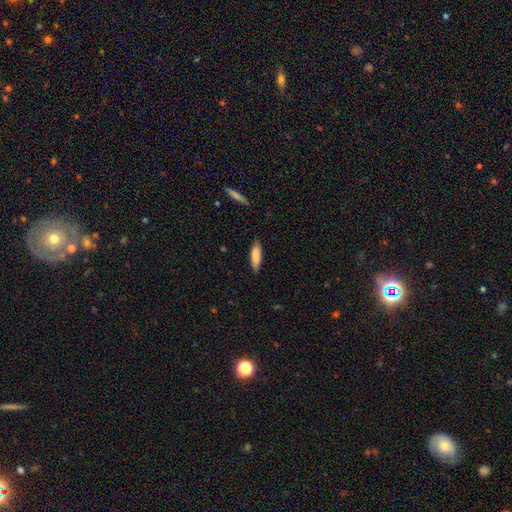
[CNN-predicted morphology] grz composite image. It shows a smooth galaxy with no disk features (85%) that is cigar-shaped (57%). Merging: none (83%).